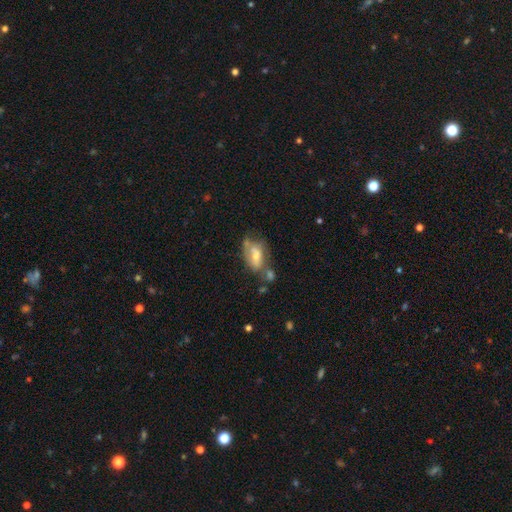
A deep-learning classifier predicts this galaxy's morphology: The model was most divided on "smooth or featured": featured or disk: 46%, smooth: 45%, star or artifact: 8%. Remaining: merging — none (33%).